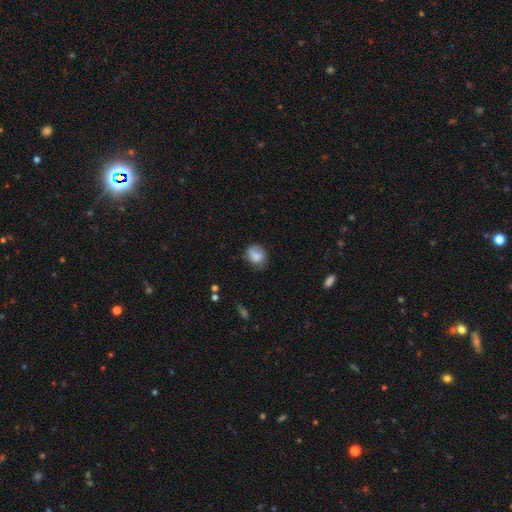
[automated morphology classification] This appears to be a smooth galaxy with no disk features (77%) that is round (57%). Merging: none (58%).